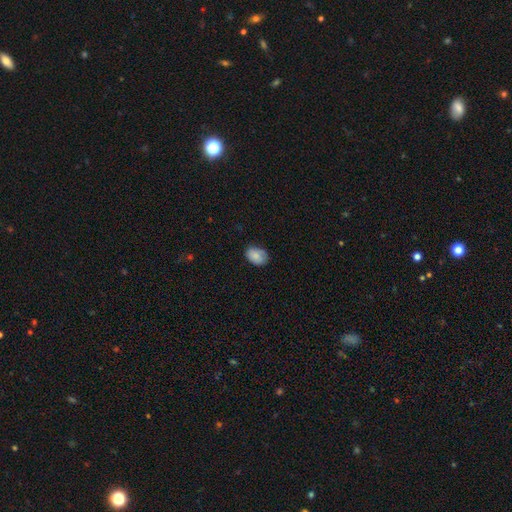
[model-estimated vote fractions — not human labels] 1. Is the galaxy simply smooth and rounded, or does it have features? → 82% smooth, 10% featured or disk, 7% star or artifact.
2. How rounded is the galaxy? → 79% in between, 20% round, 1% cigar-shaped.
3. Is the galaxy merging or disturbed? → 72% none, 23% minor disturbance, 4% major disturbance, 1% merger.